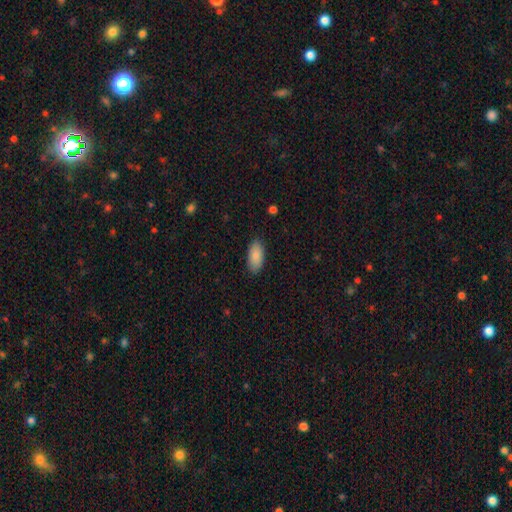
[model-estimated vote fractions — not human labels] smooth 88%, featured or disk 6%, star or artifact 6%. Down the decision tree: how rounded — in between (91%); merging — none (87%).